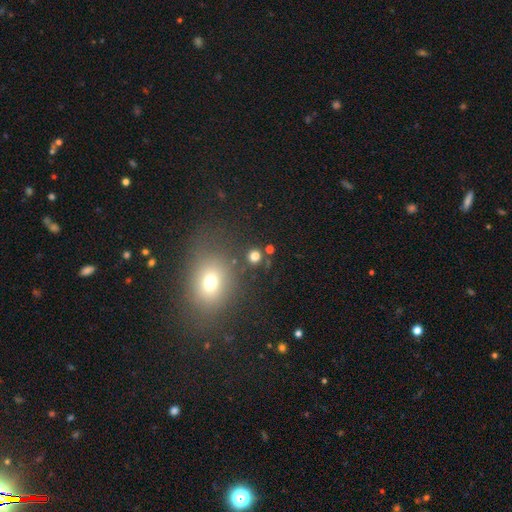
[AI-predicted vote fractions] Smooth or featured? smooth (75%)
How rounded? round (87%)
Merging? none (82%)